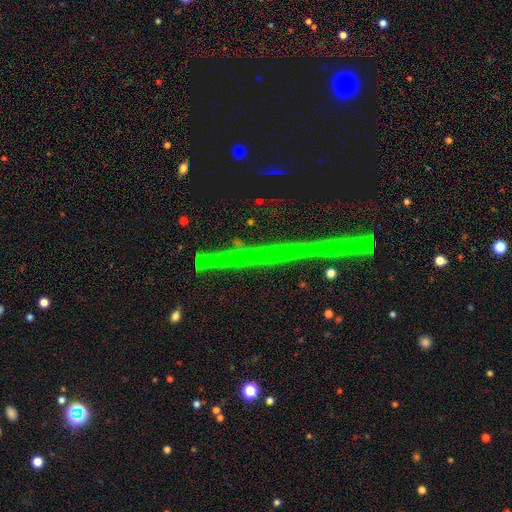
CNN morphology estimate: smooth_or_featured: featured or disk (p=0.49) [alt: star or artifact p=0.34]
merging: none (p=0.91) [alt: minor disturbance p=0.05]